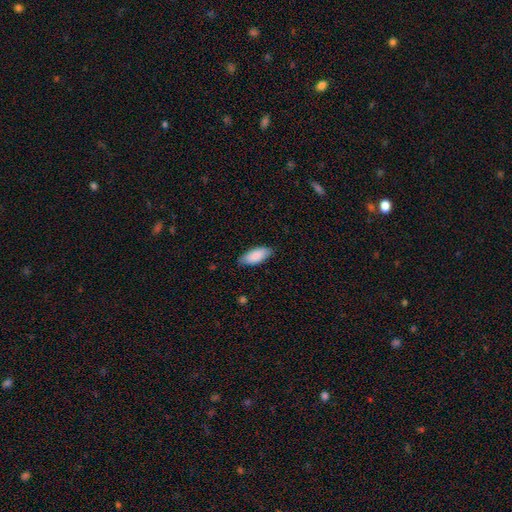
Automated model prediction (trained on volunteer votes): A smooth galaxy with no disk features (88%) that is in between round and cigar-shaped (86%).

Vote fractions:
- Smooth or featured? smooth: 88% / featured or disk: 6% / star or artifact: 6%
- How rounded? in between: 86% / cigar-shaped: 12% / round: 2%
- Merging? none: 81% / minor disturbance: 15% / major disturbance: 2% / merger: 1%